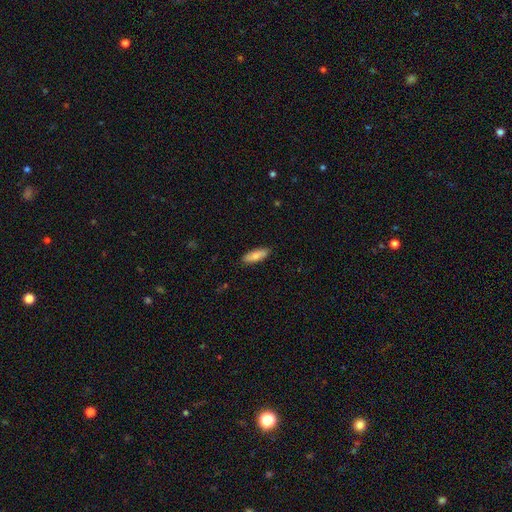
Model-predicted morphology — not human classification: Q: Smooth or featured?
A: smooth (81%); runner-up: featured or disk (13%)
Q: How rounded?
A: in between (58%); runner-up: cigar-shaped (40%)
Q: Merging?
A: none (87%); runner-up: minor disturbance (10%)